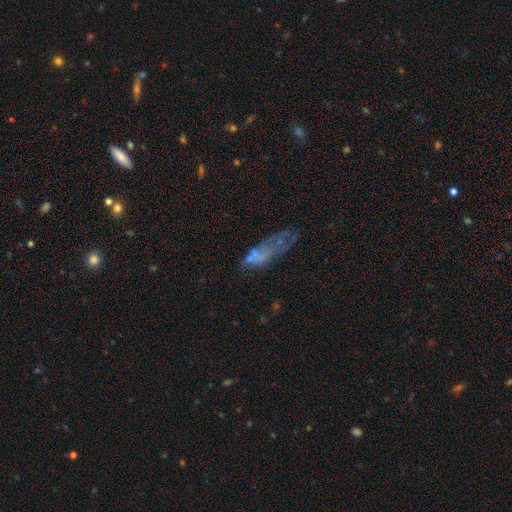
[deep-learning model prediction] Morphology: type=smooth (47%); merging=none (38%).